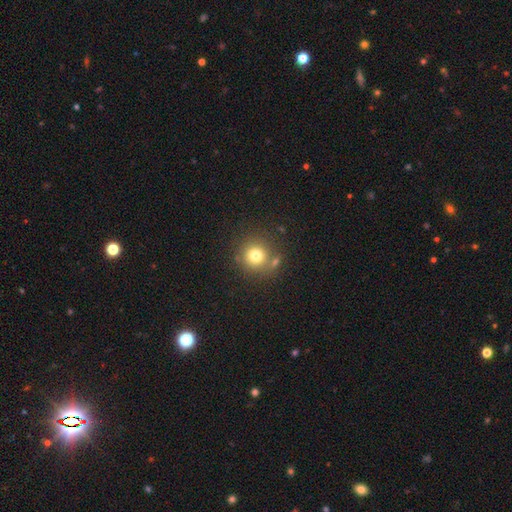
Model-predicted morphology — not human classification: smooth_or_featured: smooth (p=0.76) [alt: star or artifact p=0.14]
how_rounded: round (p=0.91) [alt: in between p=0.08]
merging: none (p=0.72) [alt: merger p=0.14]